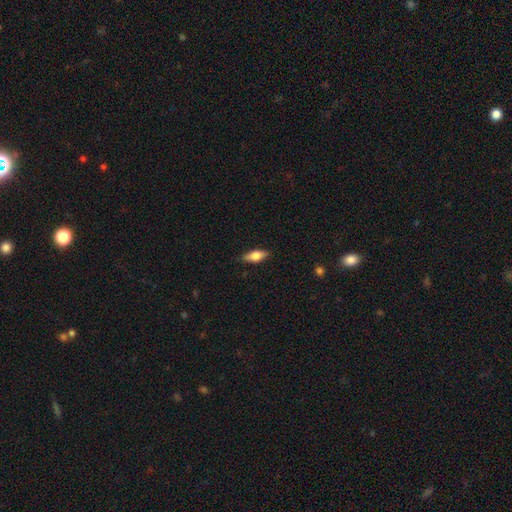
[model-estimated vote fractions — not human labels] The model was most divided on "smooth or featured": smooth: 67%, featured or disk: 26%, star or artifact: 7%. More confident: merging — none (84%); how rounded — in between (78%).